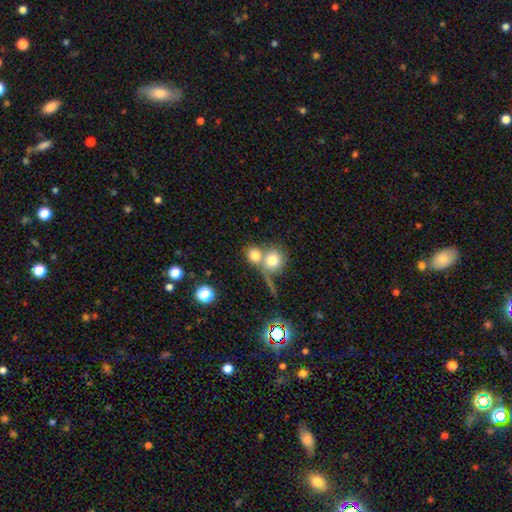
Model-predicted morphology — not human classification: smooth_or_featured: smooth (p=0.76) [alt: featured or disk p=0.13]
how_rounded: round (p=0.76) [alt: in between p=0.22]
merging: merger (p=0.54) [alt: none p=0.33]